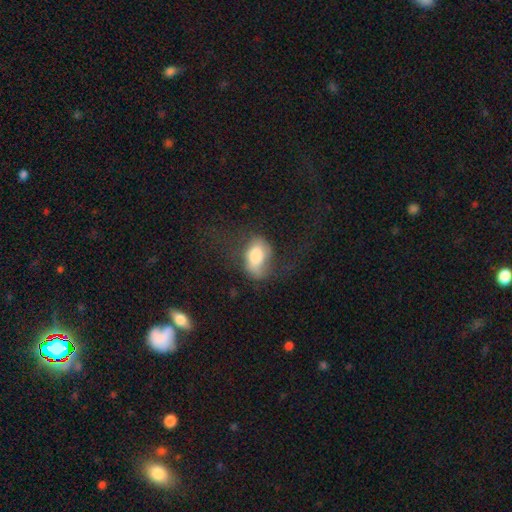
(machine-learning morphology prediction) smooth-or-featured: smooth: 65% | featured or disk: 26% | star or artifact: 8%
  how-rounded: in between: 87% | round: 10% | cigar-shaped: 3%
  merging: none: 38% | major disturbance: 34% | minor disturbance: 25% | merger: 3%